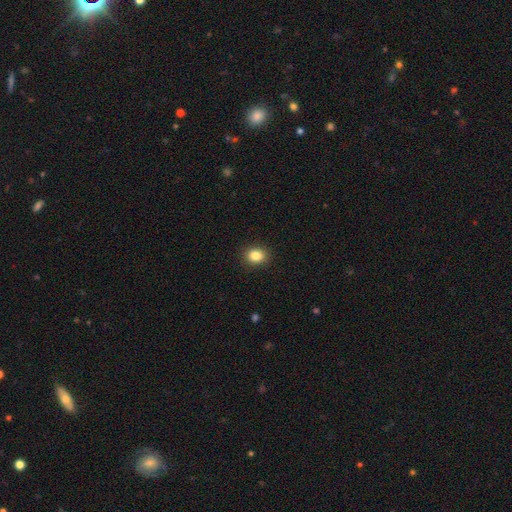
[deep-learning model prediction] smooth_or_featured: smooth (p=0.85) [alt: star or artifact p=0.10]
how_rounded: round (p=0.57) [alt: in between p=0.42]
merging: none (p=0.90) [alt: minor disturbance p=0.07]